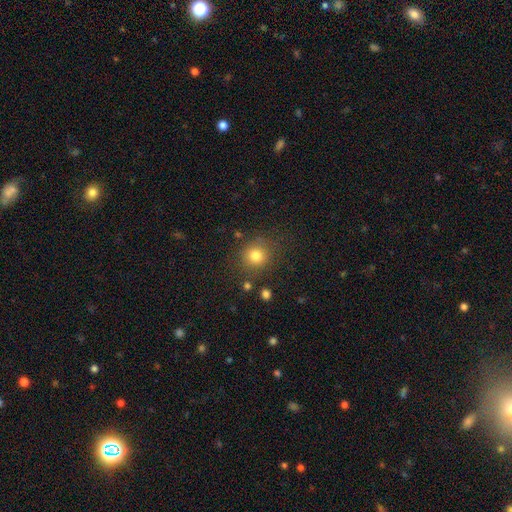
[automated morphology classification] Smooth or featured? Predicted: smooth (p=0.80). How rounded? Predicted: round (p=0.87). Merging? Predicted: none (p=0.81).